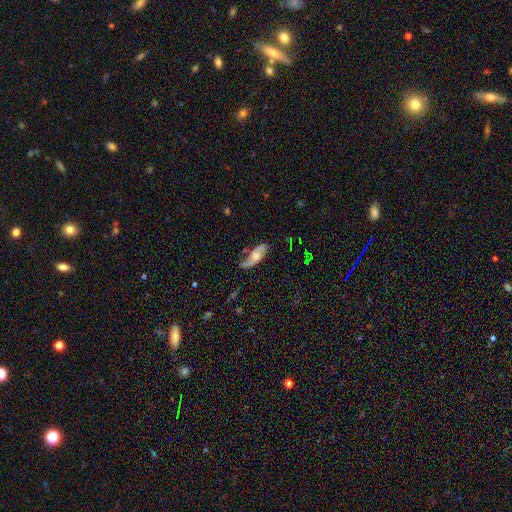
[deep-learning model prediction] A featured or disk galaxy (73%) with no bar (63%), 2 (84%) loose (51%) spiral arms (92%) and a moderate central bulge (46%).

Vote fractions:
- Smooth or featured? featured or disk: 73% / smooth: 19% / star or artifact: 7%
- Edge-on disk? no: 89% / yes: 11%
- Bar? no: 63% / weak: 30% / strong: 7%
- Spiral arms? yes: 92% / no: 8%
- Spiral winding? loose: 51% / medium: 36% / tight: 13%
- Spiral arm count? 2: 84% / 1: 8% / can't tell: 5% / 3: 1% / 4: 1% / more than 4: 1%
- Bulge size? moderate: 46% / small: 26% / large: 15% / none: 11% / dominant: 2%
- Merging? none: 60% / minor disturbance: 24% / major disturbance: 13% / merger: 3%